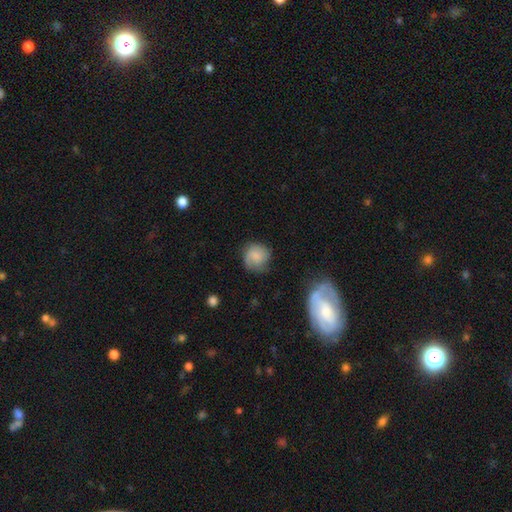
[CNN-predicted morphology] Q: Smooth or featured?
A: smooth (69%); runner-up: featured or disk (23%)
Q: How rounded?
A: round (85%); runner-up: in between (14%)
Q: Merging?
A: none (66%); runner-up: minor disturbance (24%)